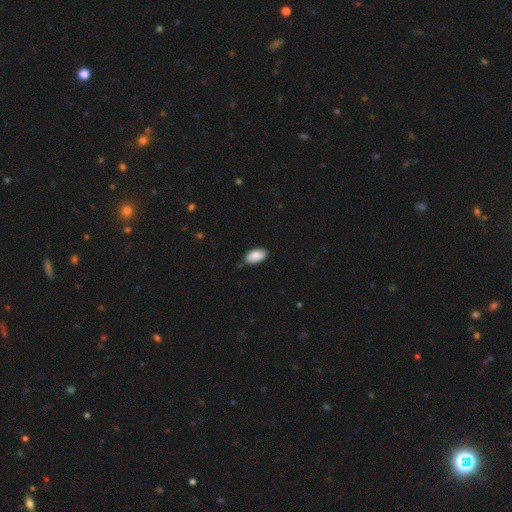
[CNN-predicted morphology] Smooth or featured? smooth (88%)
How rounded? in between (95%)
Merging? none (83%)